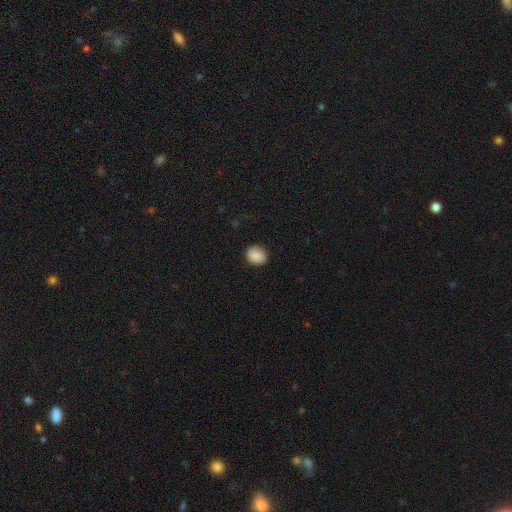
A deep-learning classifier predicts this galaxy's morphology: This is clearly a smooth galaxy (86%). How rounded: likely round (69%). Merging: clearly none (83%).